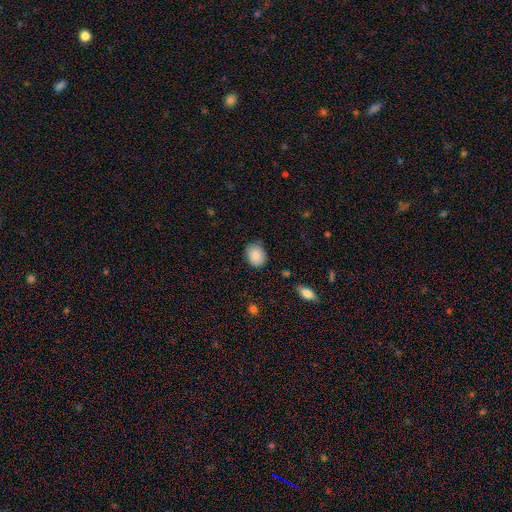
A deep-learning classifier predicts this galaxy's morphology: Overall: smooth (88%). How rounded: round (51%; in between 48%). Merging: none (79%).